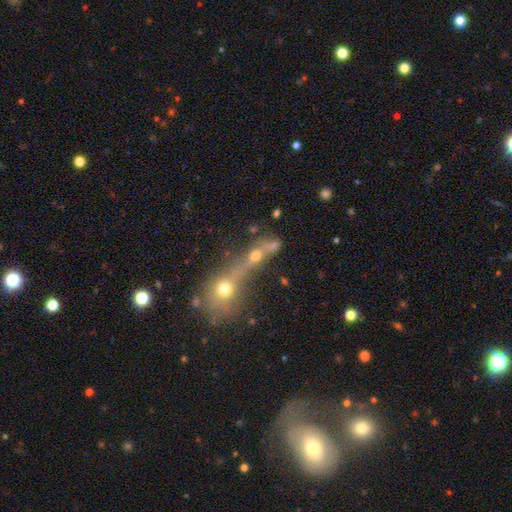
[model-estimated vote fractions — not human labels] Smooth or featured: smooth — 46% (featured or disk — 32%)
Merging: merger — 60% (none — 24%)